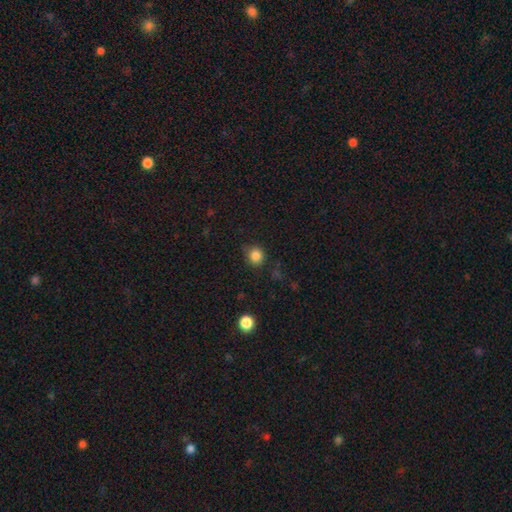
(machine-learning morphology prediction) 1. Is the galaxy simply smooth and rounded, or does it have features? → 84% smooth, 12% star or artifact, 4% featured or disk.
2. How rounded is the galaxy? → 87% round, 12% in between, 1% cigar-shaped.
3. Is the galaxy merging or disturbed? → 81% none, 14% minor disturbance, 4% major disturbance, 2% merger.